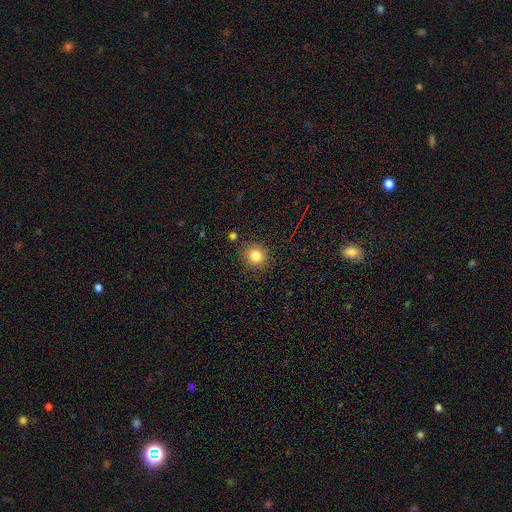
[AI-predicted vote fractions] Smooth or featured? smooth (83%)
How rounded? round (85%)
Merging? none (87%)